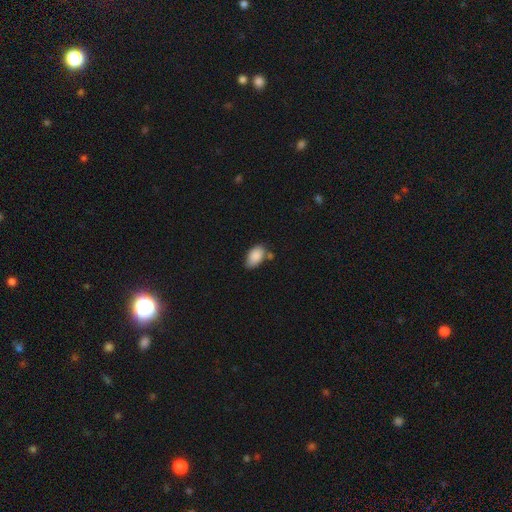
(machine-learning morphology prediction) smooth 87%, star or artifact 7%, featured or disk 5%. Down the decision tree: how rounded — in between (92%); merging — none (59%).